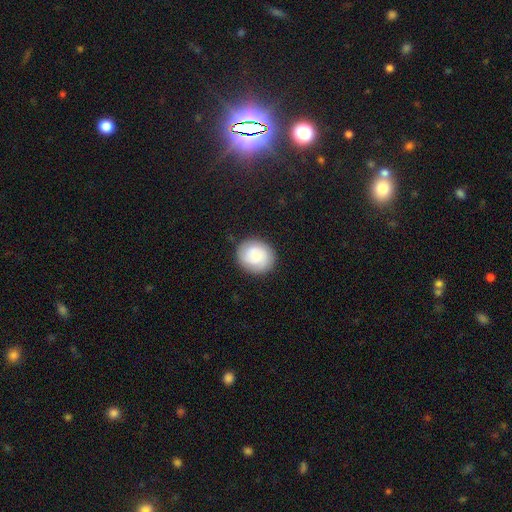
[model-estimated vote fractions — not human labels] This appears to be a smooth galaxy with no disk features (74%) that is round (76%). Merging: none (85%).